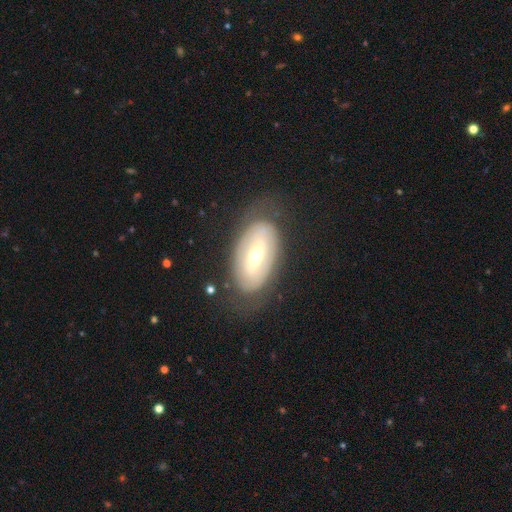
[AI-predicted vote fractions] Smooth or featured?
  - featured or disk: 63% *
  - smooth: 30%
  - star or artifact: 7%
Edge-on disk?
  - no: 90% *
  - yes: 10%
Bar?
  - strong: 35% * (tied)
  - weak: 35% * (tied)
  - no: 30%
Spiral arms?
  - no: 56% *
  - yes: 44%
Bulge size?
  - moderate: 61% *
  - small: 32%
  - large: 5%
  - dominant: 1%
  - none: 1%
Merging?
  - none: 73% *
  - minor disturbance: 17%
  - major disturbance: 9%
  - merger: 1%